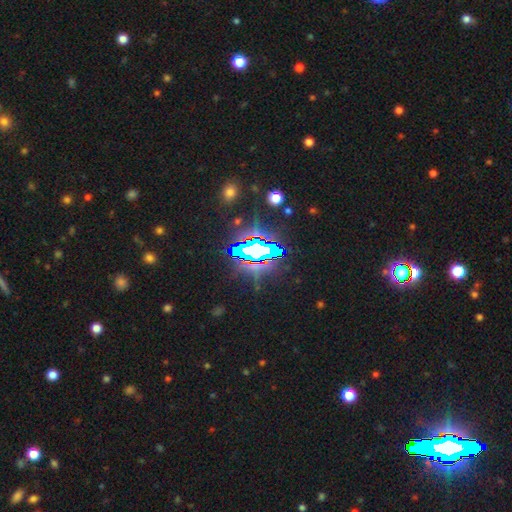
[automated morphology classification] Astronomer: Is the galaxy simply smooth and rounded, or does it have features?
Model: star or artifact — 73%.